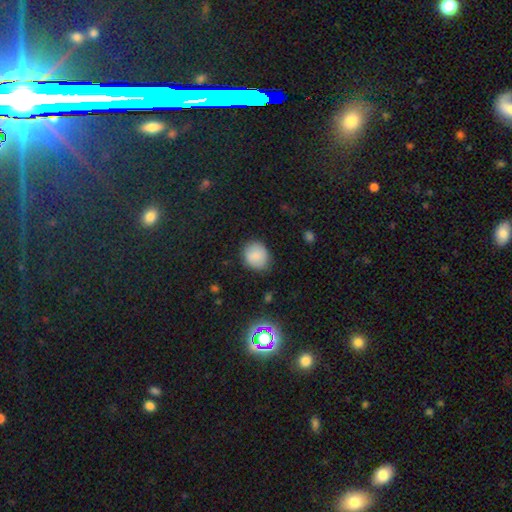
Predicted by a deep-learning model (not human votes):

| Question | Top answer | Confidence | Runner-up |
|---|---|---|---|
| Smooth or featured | smooth | 85% | star or artifact (9%) |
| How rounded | round | 69% | in between (30%) |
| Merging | none | 81% | minor disturbance (14%) |